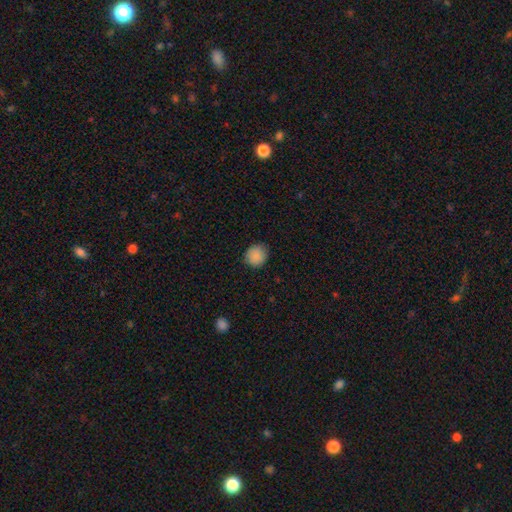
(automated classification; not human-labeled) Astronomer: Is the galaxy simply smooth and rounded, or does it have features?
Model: smooth — 89%.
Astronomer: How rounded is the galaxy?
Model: round — 88%.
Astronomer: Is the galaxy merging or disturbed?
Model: none — 87%.